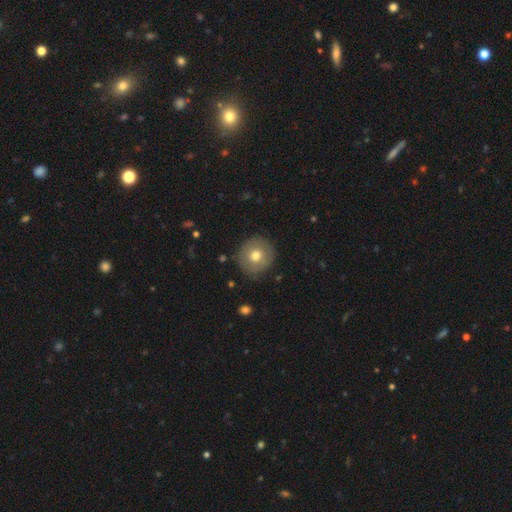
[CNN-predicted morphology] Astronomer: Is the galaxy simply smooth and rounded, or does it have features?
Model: smooth — 68%.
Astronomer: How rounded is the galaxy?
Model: round — 94%.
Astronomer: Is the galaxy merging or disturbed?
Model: none — 88%.